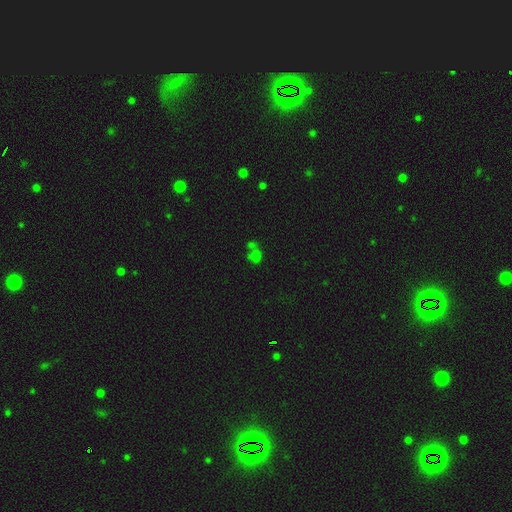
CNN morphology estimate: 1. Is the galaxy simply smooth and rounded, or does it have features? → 59% smooth, 30% star or artifact, 11% featured or disk.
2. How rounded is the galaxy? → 69% round, 29% in between, 2% cigar-shaped.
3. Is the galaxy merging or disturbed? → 44% none, 38% merger, 11% minor disturbance, 7% major disturbance.